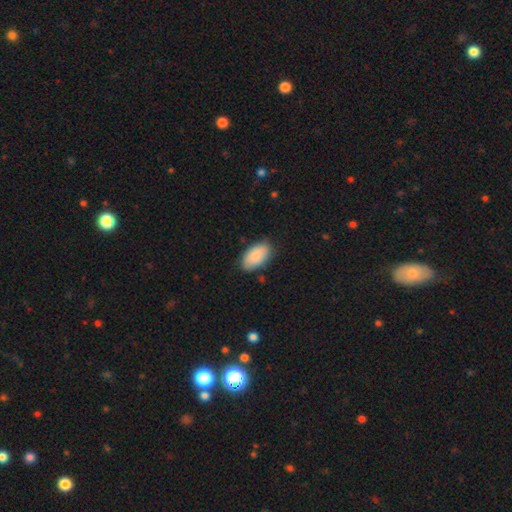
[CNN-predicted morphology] A smooth galaxy with no disk features (87%) that is in between round and cigar-shaped (95%). Merging: none (83%).